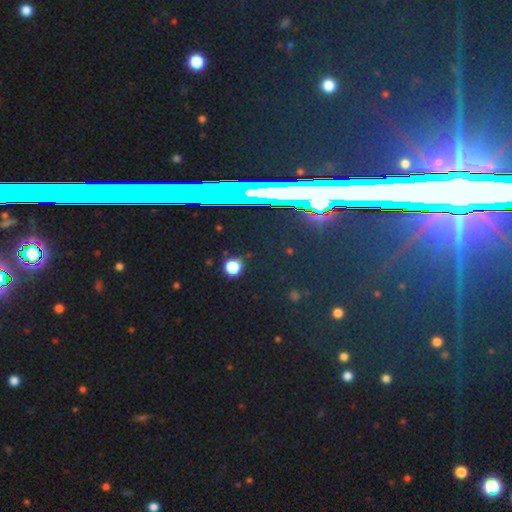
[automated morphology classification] Smooth or featured? star or artifact (79%)